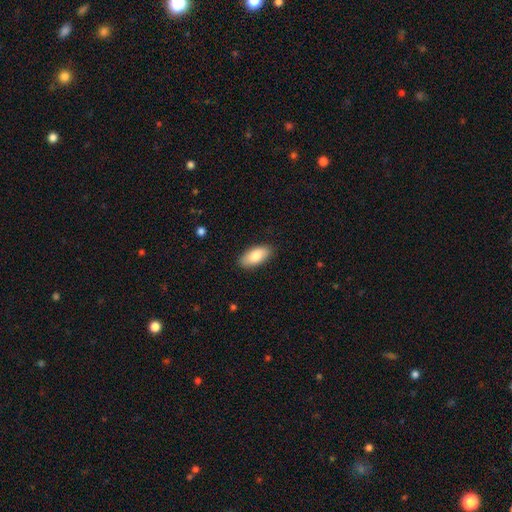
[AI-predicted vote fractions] Smooth or featured? Predicted: smooth (p=0.83). How rounded? Predicted: in between (p=0.91). Merging? Predicted: none (p=0.88).